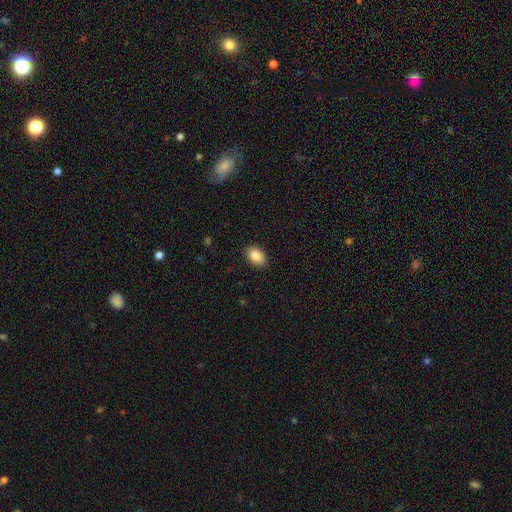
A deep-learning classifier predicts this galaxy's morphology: smooth_or_featured: smooth (p=0.87) [alt: star or artifact p=0.08]
how_rounded: in between (p=0.86) [alt: round p=0.12]
merging: none (p=0.89) [alt: minor disturbance p=0.08]